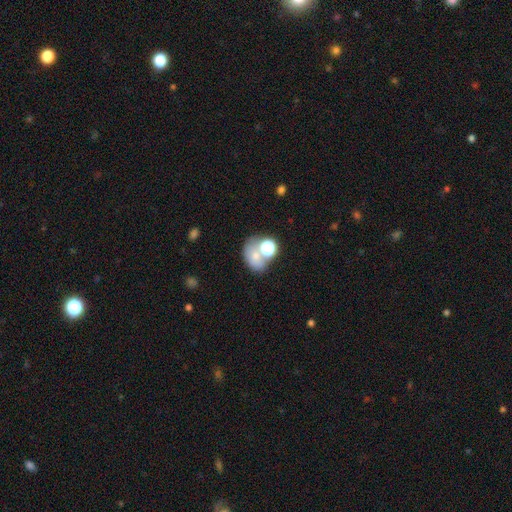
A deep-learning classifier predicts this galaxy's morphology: smooth_or_featured: smooth (p=0.66) [alt: featured or disk p=0.17]
how_rounded: in between (p=0.61) [alt: round p=0.38]
merging: none (p=0.40) [alt: merger p=0.37]